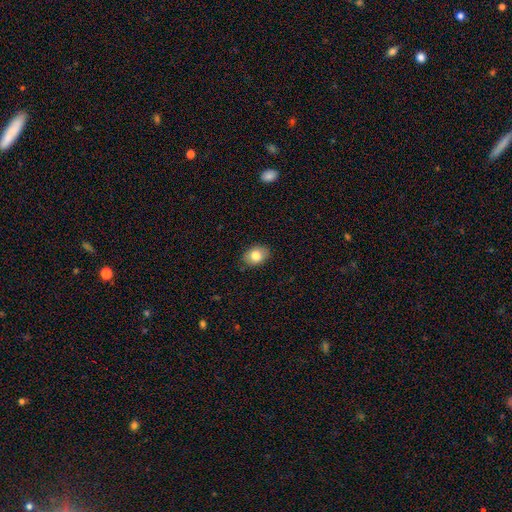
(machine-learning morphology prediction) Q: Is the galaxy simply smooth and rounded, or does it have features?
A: smooth — 81%.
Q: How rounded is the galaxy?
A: in between — 74%.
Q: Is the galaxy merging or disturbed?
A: none — 85%.